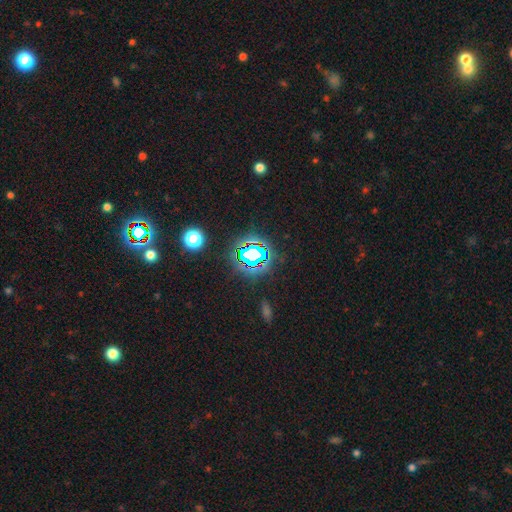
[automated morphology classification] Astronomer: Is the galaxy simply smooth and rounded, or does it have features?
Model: star or artifact — 80%.